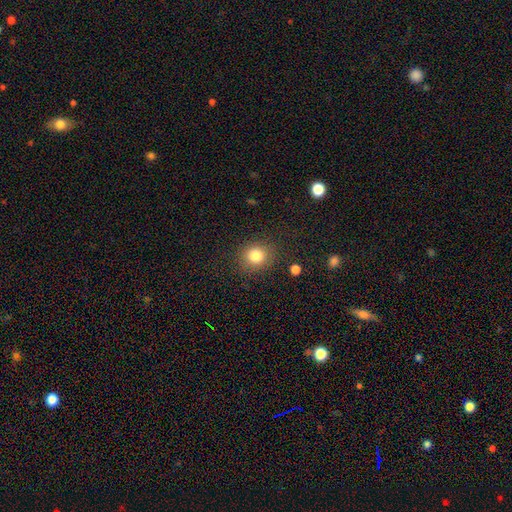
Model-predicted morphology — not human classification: A smooth galaxy with no disk features (82%) that is round (78%). Merging: none (85%).